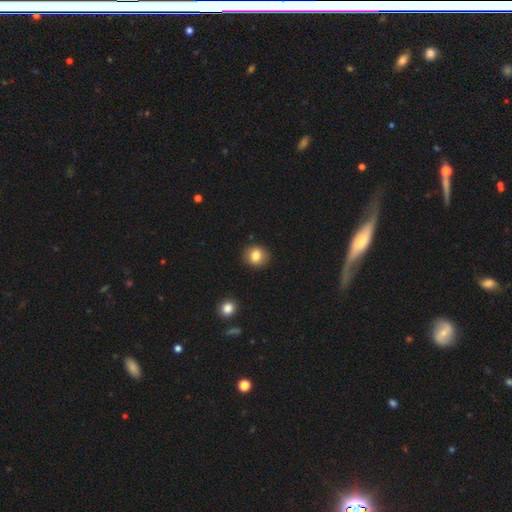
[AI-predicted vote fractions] A smooth galaxy with no disk features (83%) that is round (82%).

Vote fractions:
- Smooth or featured? smooth: 83% / star or artifact: 10% / featured or disk: 7%
- How rounded? round: 82% / in between: 17% / cigar-shaped: 1%
- Merging? none: 89% / minor disturbance: 8% / major disturbance: 2% / merger: 2%